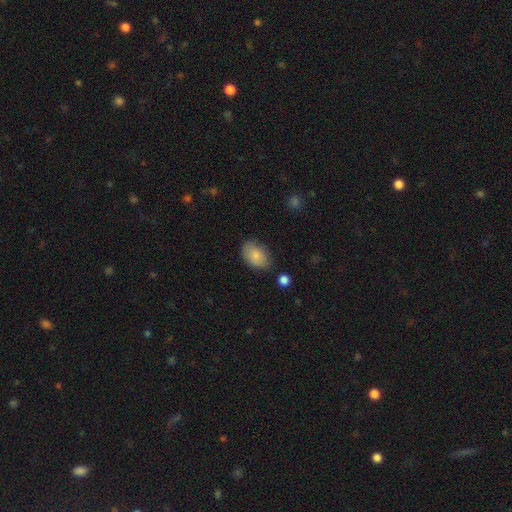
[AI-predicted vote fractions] The model was most divided on "merging": none: 73%, minor disturbance: 20%, major disturbance: 4%, merger: 3%. More confident: how rounded — in between (88%); smooth or featured — smooth (84%).